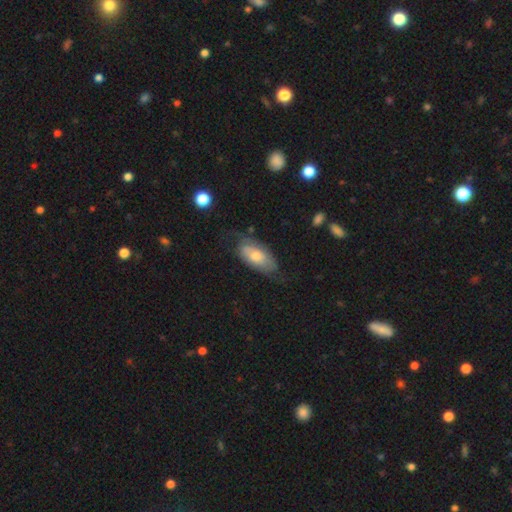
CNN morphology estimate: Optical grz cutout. It shows a smooth galaxy with no disk features (53%) that is in between round and cigar-shaped (89%). Merging: none (54%).